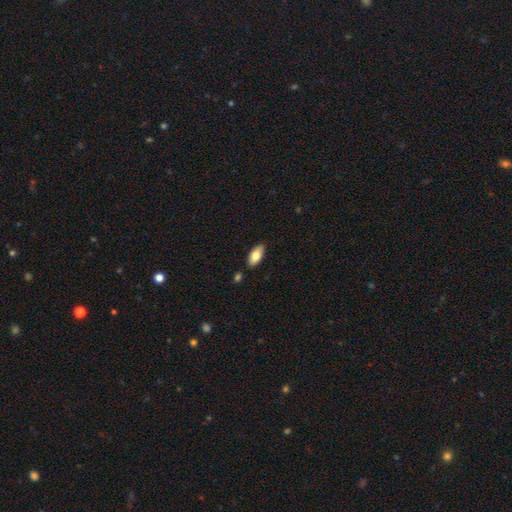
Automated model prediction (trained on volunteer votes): Smooth or featured?
  - smooth: 79% *
  - featured or disk: 15%
  - star or artifact: 6%
How rounded?
  - in between: 90% *
  - cigar-shaped: 8%
  - round: 2%
Merging?
  - none: 85% *
  - minor disturbance: 11%
  - merger: 3%
  - major disturbance: 2%